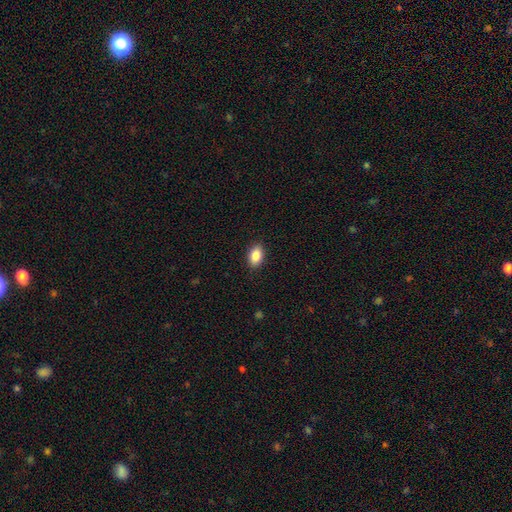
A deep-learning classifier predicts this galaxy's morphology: A smooth galaxy with no disk features (87%) that is in between round and cigar-shaped (89%).

Vote fractions:
- Smooth or featured? smooth: 87% / star or artifact: 8% / featured or disk: 5%
- How rounded? in between: 89% / round: 9% / cigar-shaped: 2%
- Merging? none: 89% / minor disturbance: 8% / major disturbance: 2% / merger: 1%